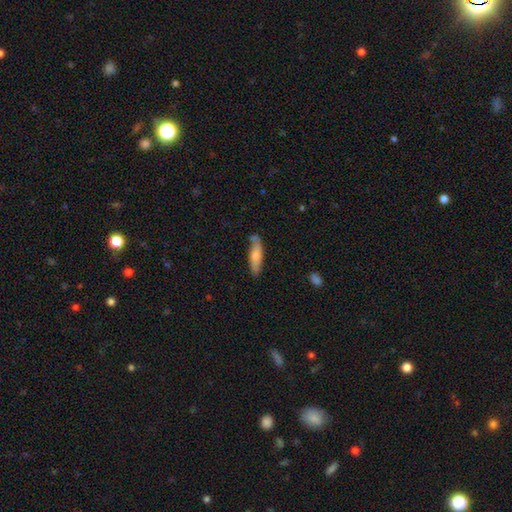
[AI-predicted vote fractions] Smooth or featured? smooth (69%)
How rounded? cigar-shaped (68%)
Merging? none (68%)